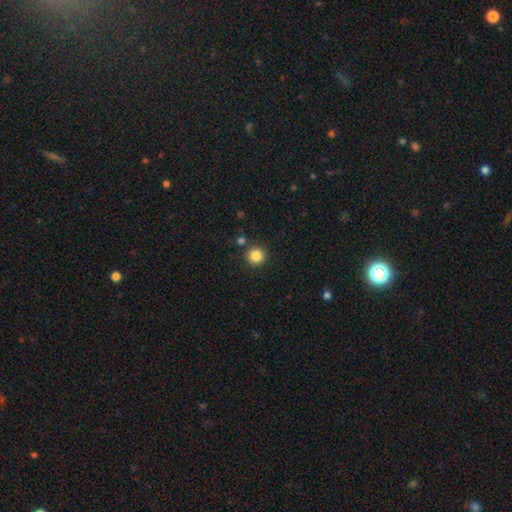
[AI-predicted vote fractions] Overall: smooth (85%). How rounded: round (95%). Merging: none (87%).